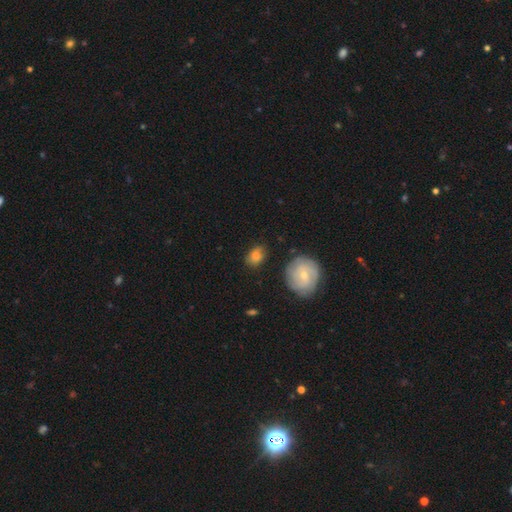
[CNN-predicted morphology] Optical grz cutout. It shows a smooth galaxy with no disk features (72%) that is in between round and cigar-shaped (57%). Merging: none (76%).